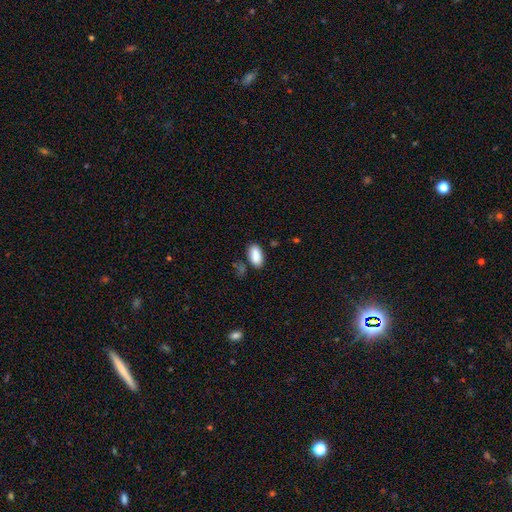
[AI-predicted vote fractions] Smooth or featured: smooth — 88% (star or artifact — 7%)
How rounded: in between — 92% (cigar-shaped — 5%)
Merging: none — 77% (minor disturbance — 15%)